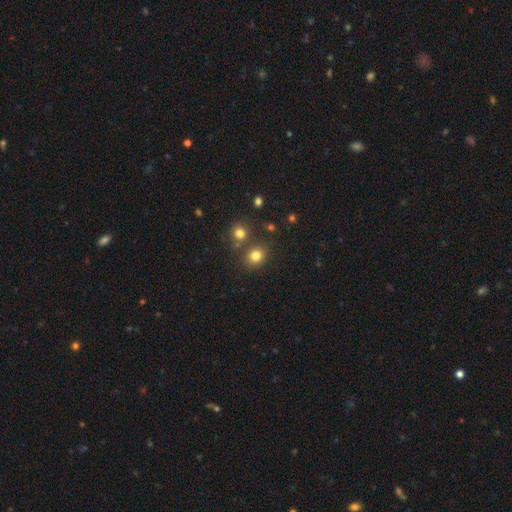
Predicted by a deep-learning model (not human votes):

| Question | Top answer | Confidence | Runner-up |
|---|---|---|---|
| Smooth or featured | smooth | 80% | star or artifact (14%) |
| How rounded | round | 72% | in between (27%) |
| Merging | none | 74% | merger (13%) |